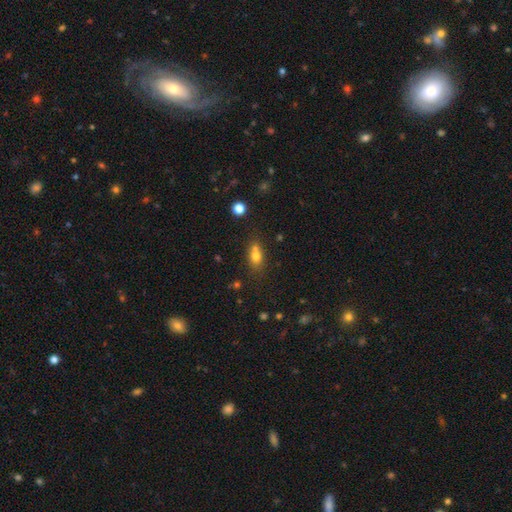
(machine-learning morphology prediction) A smooth galaxy with no disk features (74%) that is in between round and cigar-shaped (67%). Merging: none (49%).